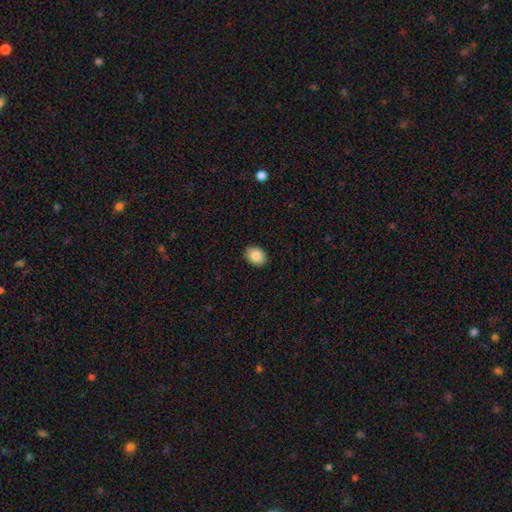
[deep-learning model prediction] A smooth galaxy with no disk features (86%) that is in between round and cigar-shaped (56%). Merging: none (89%).